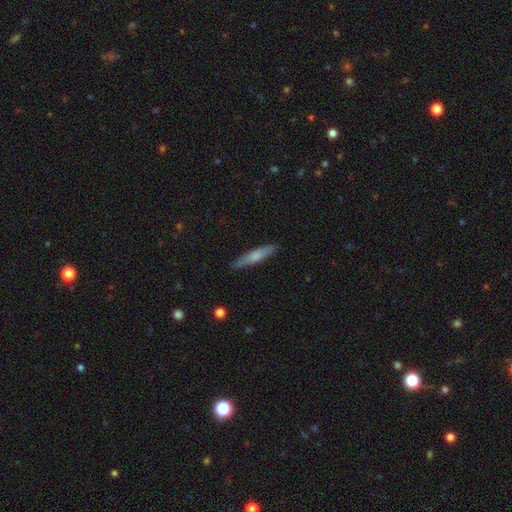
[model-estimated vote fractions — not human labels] A smooth galaxy with no disk features (64%) that is cigar-shaped (88%).

Vote fractions:
- Smooth or featured? smooth: 64% / featured or disk: 31% / star or artifact: 6%
- How rounded? cigar-shaped: 88% / in between: 11% / round: 2%
- Merging? none: 88% / minor disturbance: 9% / major disturbance: 2% / merger: 1%